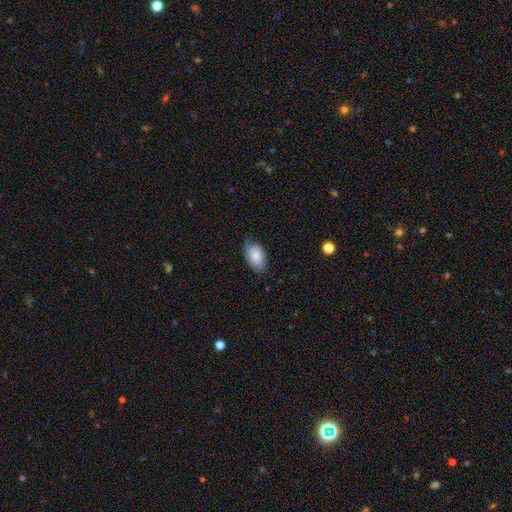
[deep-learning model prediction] This appears to be a smooth galaxy with no disk features (78%) that is in between round and cigar-shaped (93%). Merging: none (60%).